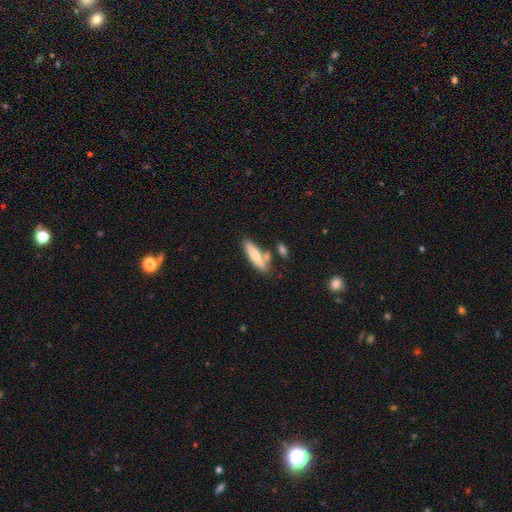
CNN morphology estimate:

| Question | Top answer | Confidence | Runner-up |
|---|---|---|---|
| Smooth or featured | smooth | 70% | featured or disk (24%) |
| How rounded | cigar-shaped | 64% | in between (34%) |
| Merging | none | 64% | merger (18%) |